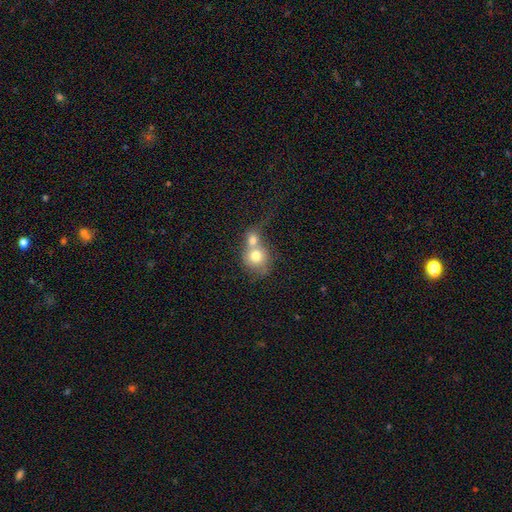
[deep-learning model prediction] Morphology: type=smooth (72%); roundness=round (77%); merging=merger (69%).